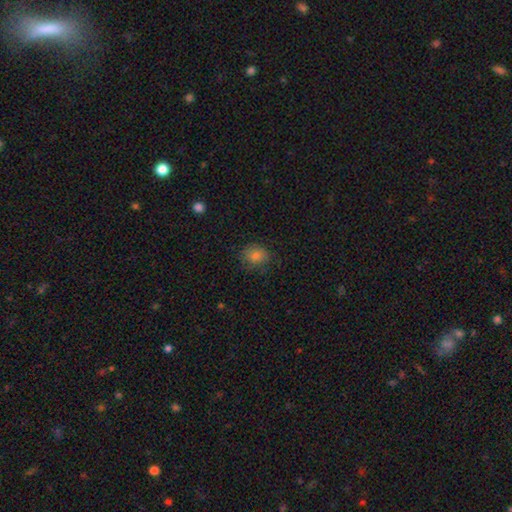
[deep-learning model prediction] A smooth galaxy with no disk features (78%) that is round (64%).

Vote fractions:
- Smooth or featured? smooth: 78% / star or artifact: 13% / featured or disk: 9%
- How rounded? round: 64% / in between: 36% / cigar-shaped: 1%
- Merging? none: 78% / minor disturbance: 17% / major disturbance: 4% / merger: 1%